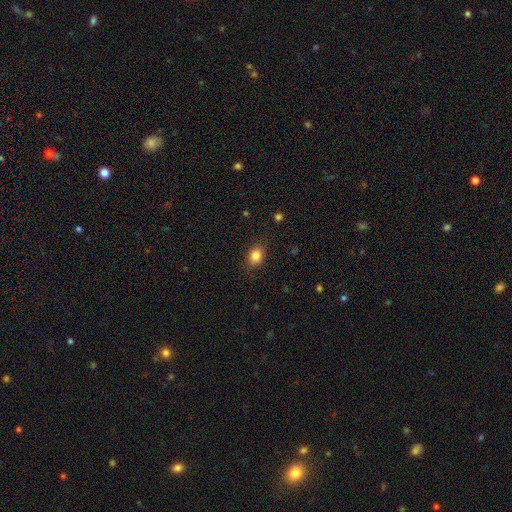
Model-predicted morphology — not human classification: A smooth galaxy with no disk features (83%) that is in between round and cigar-shaped (50%).

Vote fractions:
- Smooth or featured? smooth: 83% / star or artifact: 11% / featured or disk: 6%
- How rounded? in between: 50% / round: 49% / cigar-shaped: 1%
- Merging? none: 82% / minor disturbance: 13% / major disturbance: 4% / merger: 1%